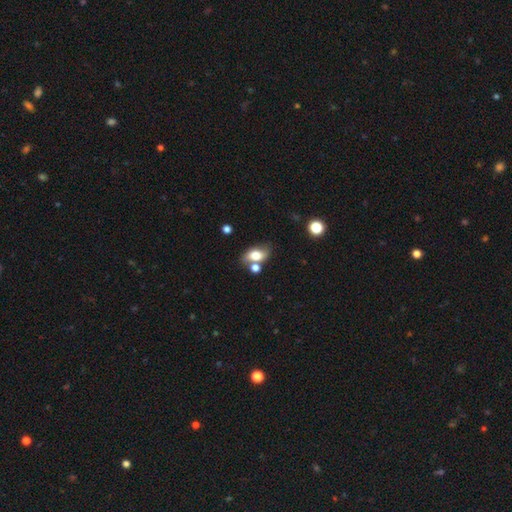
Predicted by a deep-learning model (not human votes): smooth_or_featured: smooth (p=0.66) [alt: featured or disk p=0.24]
how_rounded: in between (p=0.82) [alt: round p=0.15]
merging: none (p=0.55) [alt: merger p=0.23]